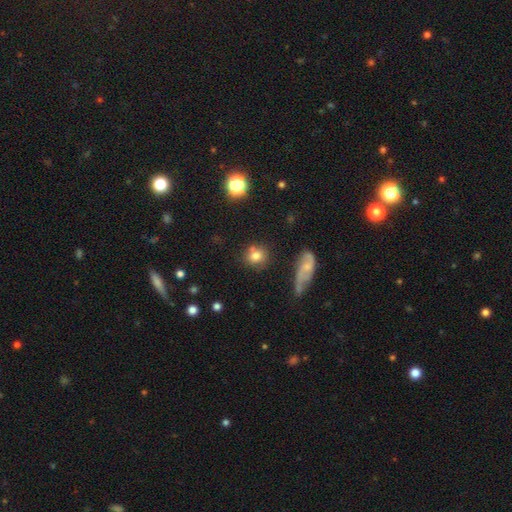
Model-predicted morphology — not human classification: Smooth or featured? smooth (74%)
How rounded? round (79%)
Merging? none (65%)